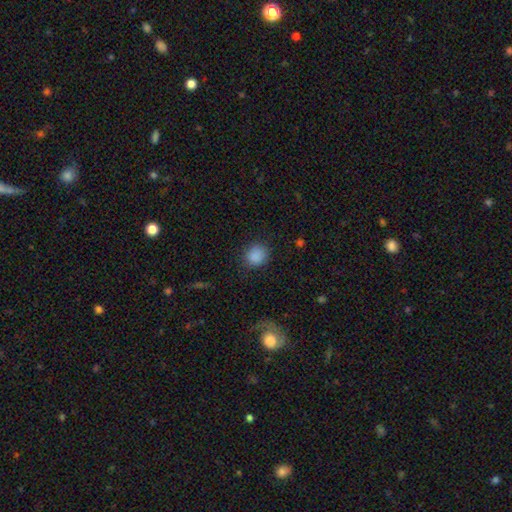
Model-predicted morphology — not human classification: type=smooth (87%); roundness=round (80%); merging=none (83%).